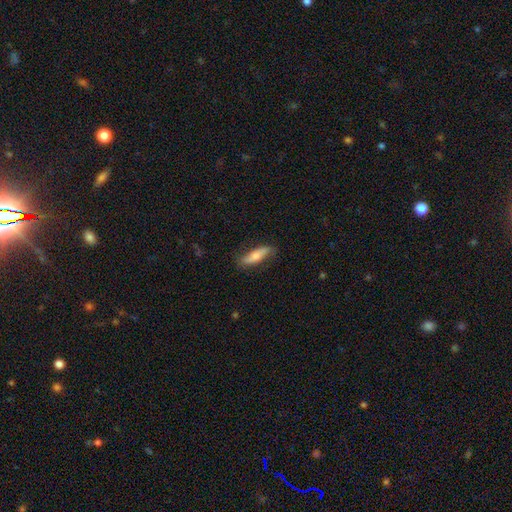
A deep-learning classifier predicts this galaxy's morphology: Smooth or featured?
  - smooth: 51% *
  - featured or disk: 42%
  - star or artifact: 7%
How rounded?
  - cigar-shaped: 58% *
  - in between: 40%
  - round: 2%
Merging?
  - none: 77% *
  - minor disturbance: 17%
  - major disturbance: 4%
  - merger: 1%